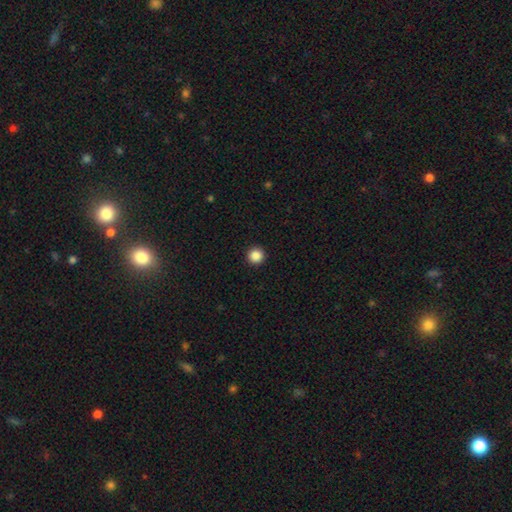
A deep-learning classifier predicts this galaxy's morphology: Smooth or featured? smooth (87%)
How rounded? round (96%)
Merging? none (94%)